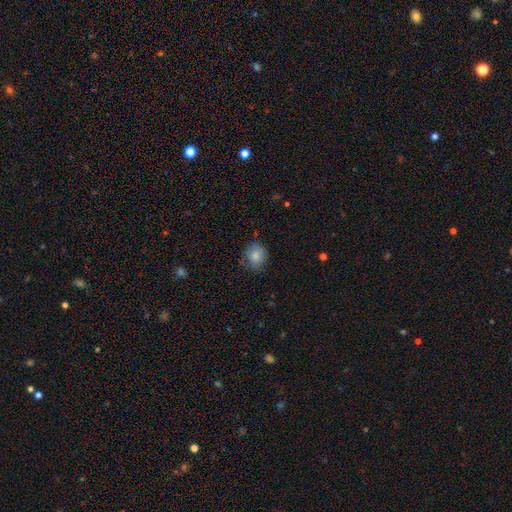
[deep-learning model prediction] Q: Smooth or featured?
A: smooth (81%); runner-up: featured or disk (10%)
Q: How rounded?
A: round (70%); runner-up: in between (29%)
Q: Merging?
A: none (74%); runner-up: minor disturbance (20%)